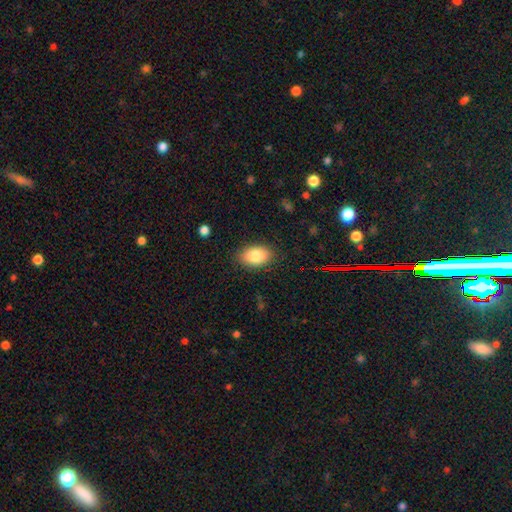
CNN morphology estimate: This appears to be a smooth galaxy with no disk features (84%) that is in between round and cigar-shaped (90%). Merging: none (86%).